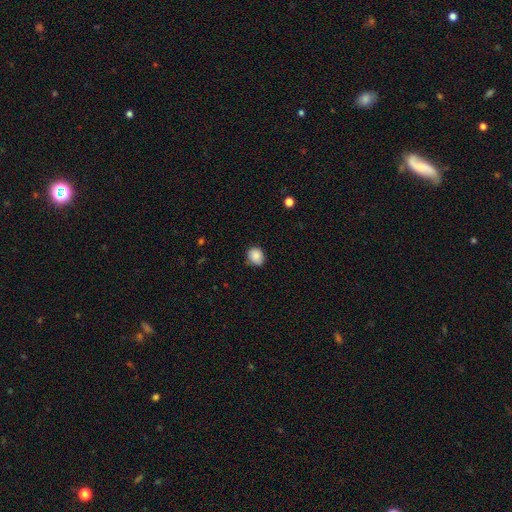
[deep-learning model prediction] Smooth or featured? smooth (86%)
How rounded? round (73%)
Merging? none (80%)